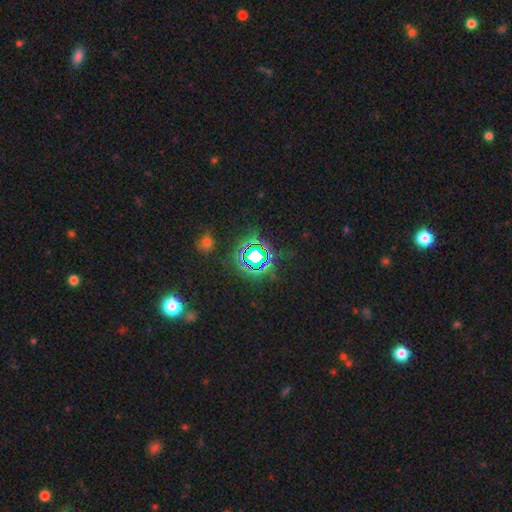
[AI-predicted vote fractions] This appears to be a star or artifact, not a galaxy (73%).